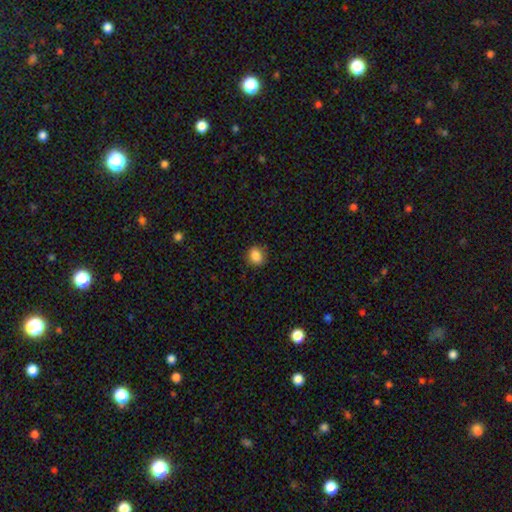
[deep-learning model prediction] smooth-or-featured: smooth: 85% | star or artifact: 10% | featured or disk: 5%
  how-rounded: round: 63% | in between: 36% | cigar-shaped: 1%
  merging: none: 83% | minor disturbance: 12% | major disturbance: 3% | merger: 1%